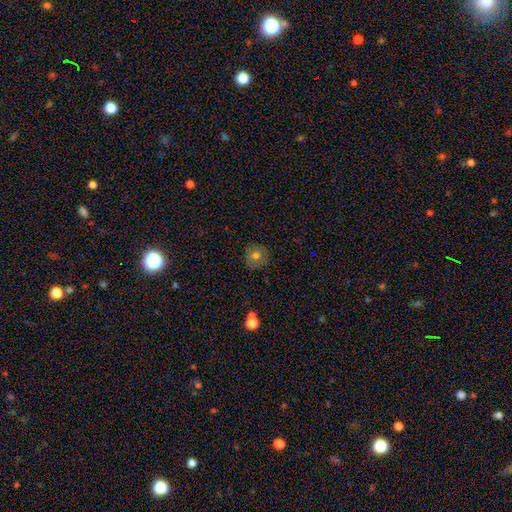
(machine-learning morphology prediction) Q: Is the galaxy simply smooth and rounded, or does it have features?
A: smooth — 70%.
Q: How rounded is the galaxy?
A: round — 91%.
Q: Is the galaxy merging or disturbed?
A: none — 85%.